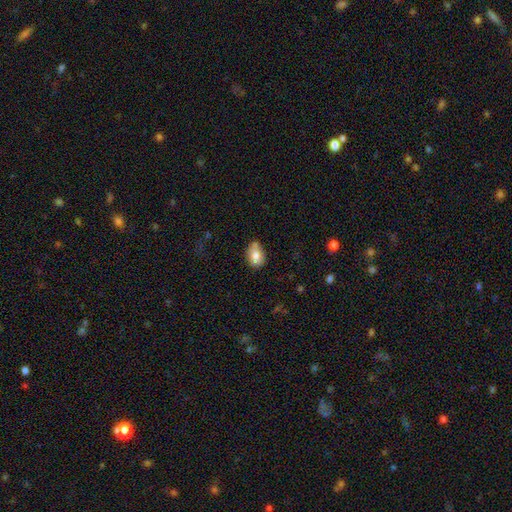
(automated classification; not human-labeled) This appears to be a smooth galaxy with no disk features (72%) that is in between round and cigar-shaped (78%). Merging: none (61%).